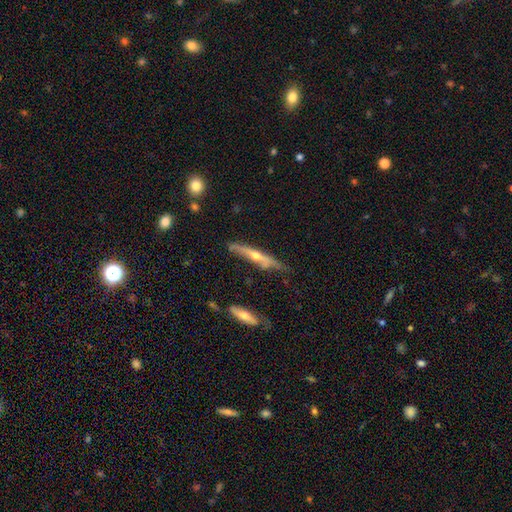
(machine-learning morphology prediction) This is likely a featured or disk galaxy (66%). It is clearly viewed edge-on (92%). Edge-on bulge: clearly rounded (85%). Merging: likely none (64%).